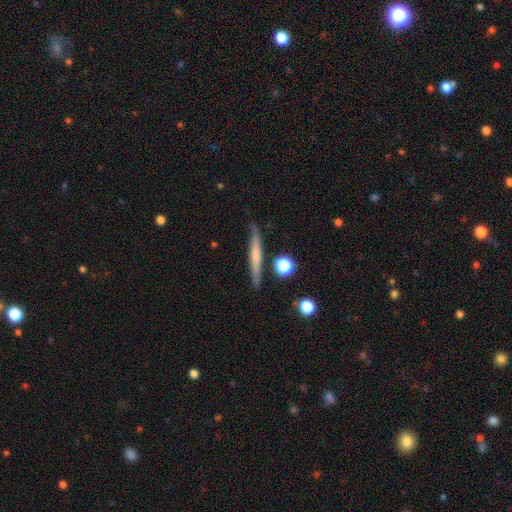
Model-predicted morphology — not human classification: type=smooth (47%); merging=none (84%).